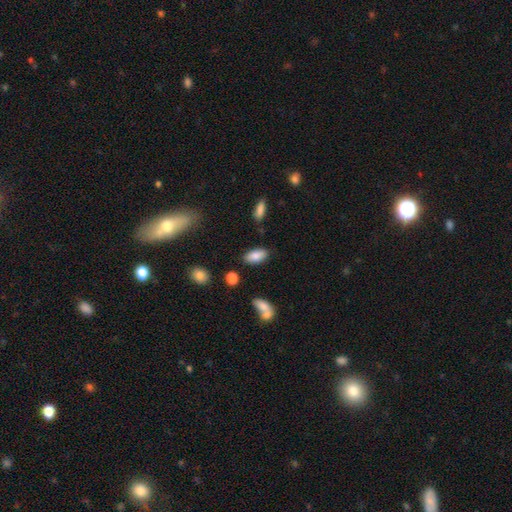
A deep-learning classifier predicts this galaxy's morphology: A smooth galaxy with no disk features (84%) that is in between round and cigar-shaped (90%).

Vote fractions:
- Smooth or featured? smooth: 84% / featured or disk: 9% / star or artifact: 8%
- How rounded? in between: 90% / cigar-shaped: 8% / round: 2%
- Merging? none: 83% / minor disturbance: 11% / merger: 4% / major disturbance: 3%